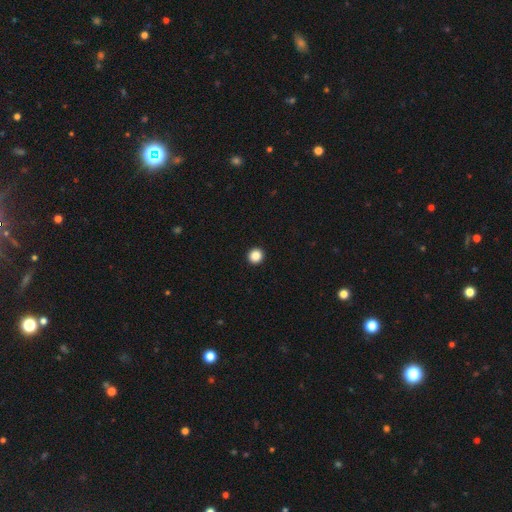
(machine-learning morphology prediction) Smooth or featured?
  - smooth: 86% *
  - star or artifact: 10%
  - featured or disk: 3%
How rounded?
  - round: 95% *
  - in between: 5%
  - cigar-shaped: 1%
Merging?
  - none: 94% *
  - minor disturbance: 3%
  - major disturbance: 1%
  - merger: 1%